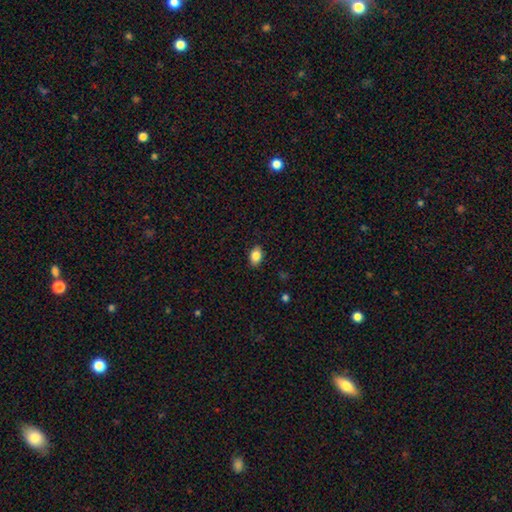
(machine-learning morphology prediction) Overall: smooth (84%). How rounded: in between (85%). Merging: none (88%).